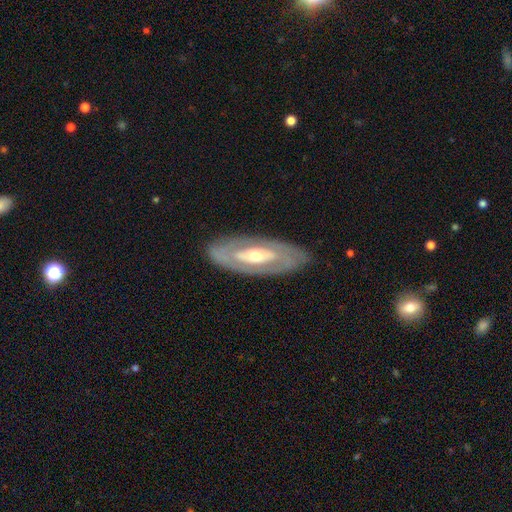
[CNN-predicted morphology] Smooth or featured: featured or disk — 74% (smooth — 21%)
Edge-on disk: no — 83% (yes — 17%)
Bar: no — 52% (weak — 27%)
Spiral arms: no — 56% (yes — 44%)
Bulge size: moderate — 63% (small — 28%)
Merging: none — 84% (minor disturbance — 11%)